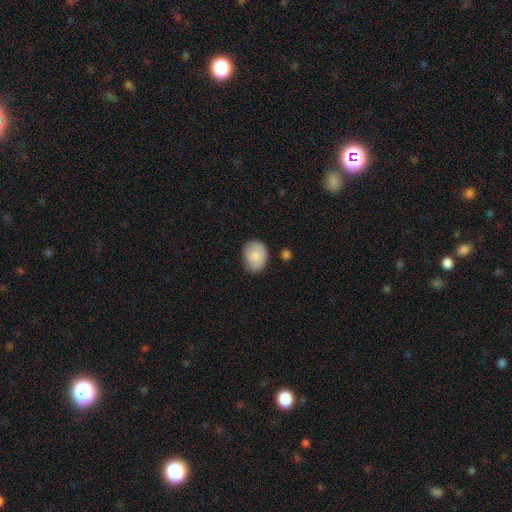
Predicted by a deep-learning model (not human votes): This is clearly a smooth galaxy (84%). How rounded: likely in between (66%). Merging: likely none (66%).